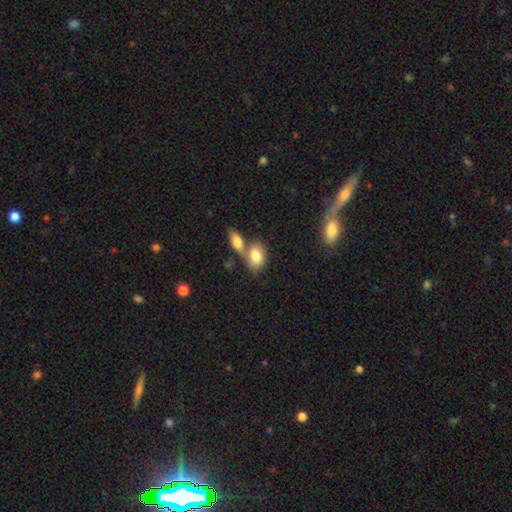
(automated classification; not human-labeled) Smooth or featured: smooth — 80% (featured or disk — 13%)
How rounded: in between — 84% (round — 14%)
Merging: merger — 51% (none — 35%)